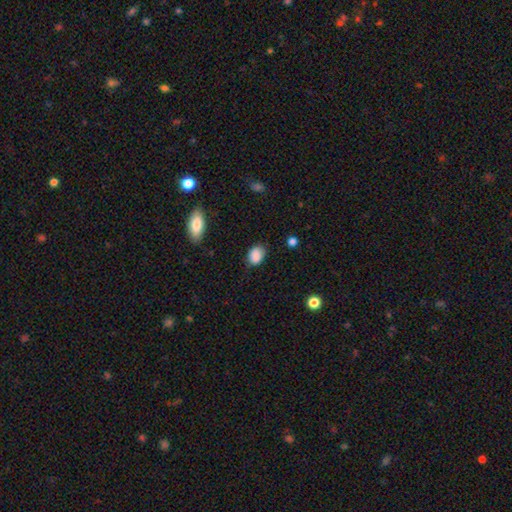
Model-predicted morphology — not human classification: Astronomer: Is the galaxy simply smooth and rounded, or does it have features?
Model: smooth — 86%.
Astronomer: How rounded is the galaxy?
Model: in between — 74%.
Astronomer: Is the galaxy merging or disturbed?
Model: none — 71%.